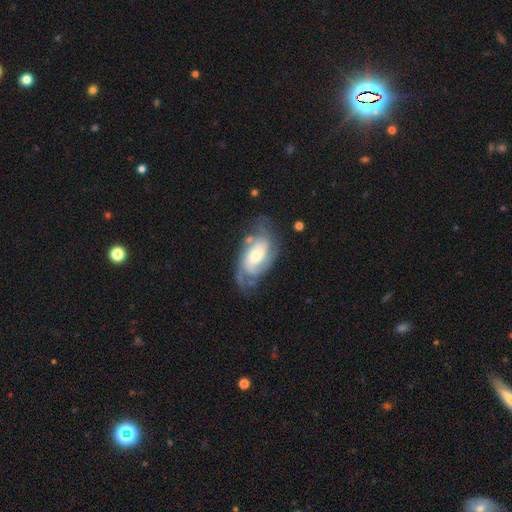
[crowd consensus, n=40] Overall: featured or disk (85%). Edge-on disk: no (97%). Bar: weak (48%; no 42%). Spiral arms: yes (100%). Spiral arm count: 2 (36%; can't tell 30%). Spiral winding: tight (48%; medium 42%). Bulge size: moderate (76%). Merging: none (66%).